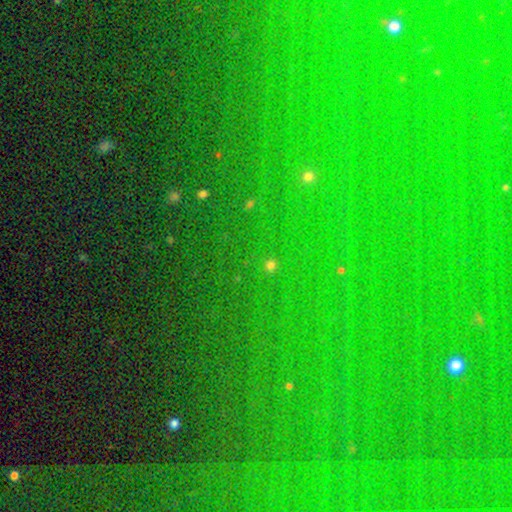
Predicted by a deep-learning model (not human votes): Smooth or featured: star or artifact — 81% (smooth — 11%)